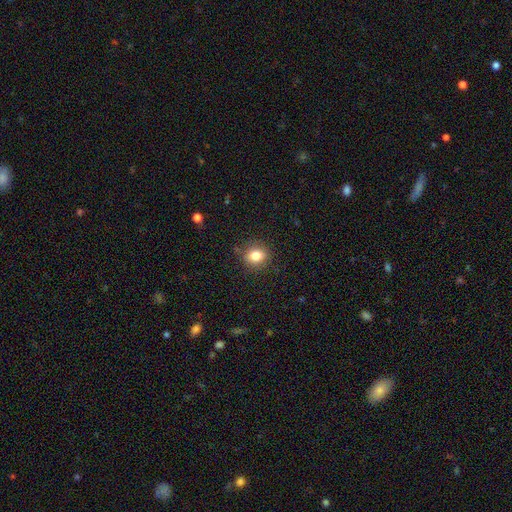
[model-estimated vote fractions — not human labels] Q: Smooth or featured?
A: smooth (82%); runner-up: star or artifact (11%)
Q: How rounded?
A: round (67%); runner-up: in between (32%)
Q: Merging?
A: none (86%); runner-up: minor disturbance (10%)